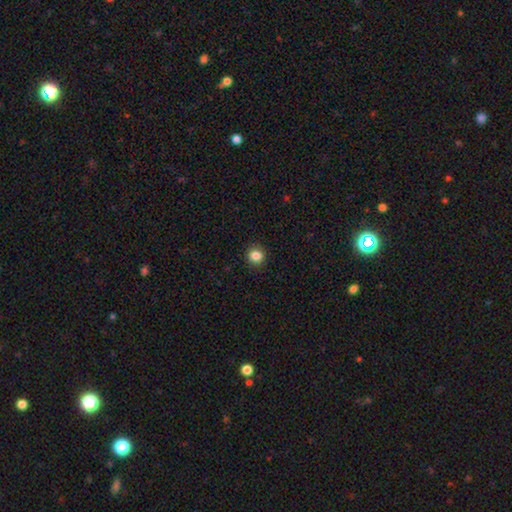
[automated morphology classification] Smooth or featured? Predicted: smooth (p=0.85). How rounded? Predicted: round (p=0.91). Merging? Predicted: none (p=0.92).